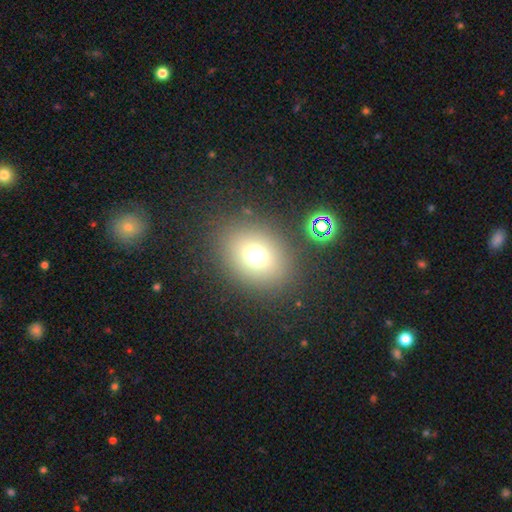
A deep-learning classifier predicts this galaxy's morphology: smooth 68%, star or artifact 21%, featured or disk 11%. Down the decision tree: how rounded — round (62%); merging — none (82%).